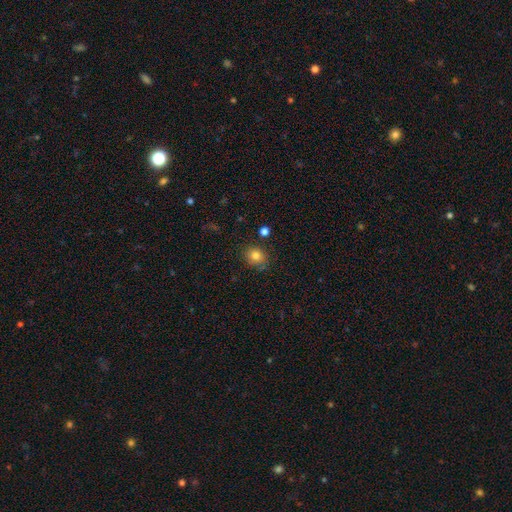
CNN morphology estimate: A smooth galaxy with no disk features (82%) that is round (73%).

Vote fractions:
- Smooth or featured? smooth: 82% / star or artifact: 12% / featured or disk: 7%
- How rounded? round: 73% / in between: 26% / cigar-shaped: 1%
- Merging? none: 81% / minor disturbance: 13% / major disturbance: 3% / merger: 3%